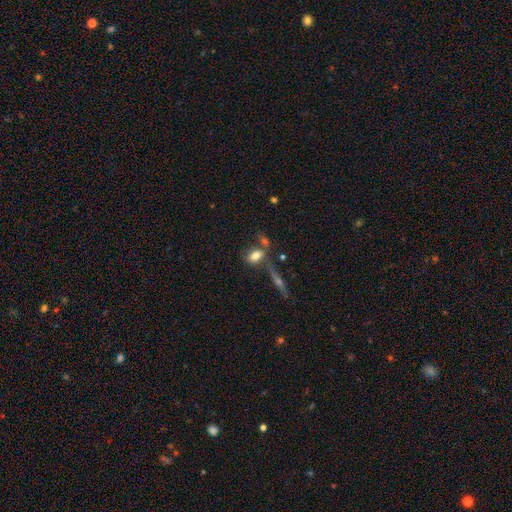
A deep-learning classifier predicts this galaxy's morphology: Q: Smooth or featured?
A: smooth (72%); runner-up: featured or disk (18%)
Q: How rounded?
A: in between (81%); runner-up: round (12%)
Q: Merging?
A: none (50%); runner-up: merger (26%)